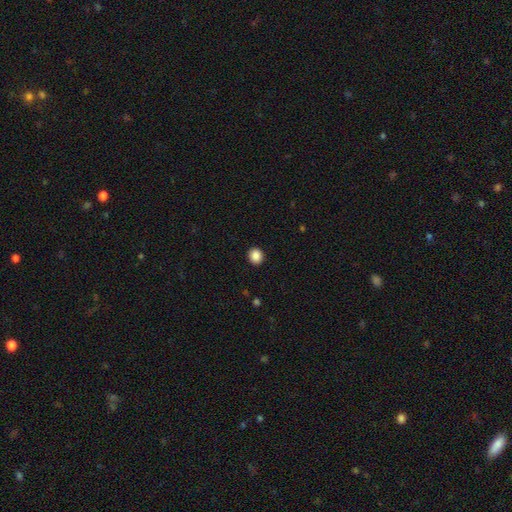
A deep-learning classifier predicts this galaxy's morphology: A smooth galaxy with no disk features (88%) that is round (81%).

Vote fractions:
- Smooth or featured? smooth: 88% / star or artifact: 9% / featured or disk: 3%
- How rounded? round: 81% / in between: 18% / cigar-shaped: 1%
- Merging? none: 93% / minor disturbance: 5% / major disturbance: 2% / merger: 1%